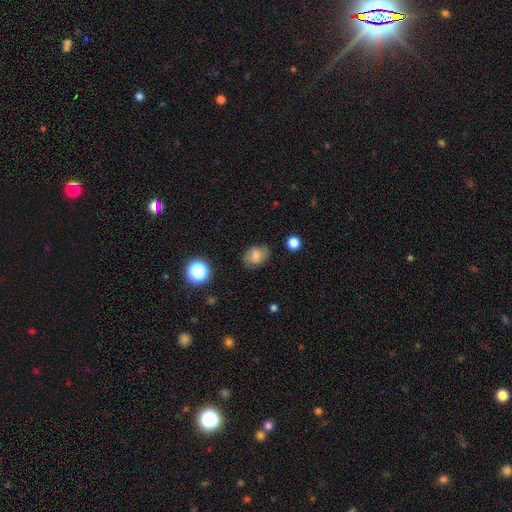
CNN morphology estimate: smooth-or-featured: smooth: 69% | featured or disk: 19% | star or artifact: 12%
  how-rounded: in between: 60% | round: 39% | cigar-shaped: 1%
  merging: none: 71% | minor disturbance: 21% | major disturbance: 6% | merger: 2%